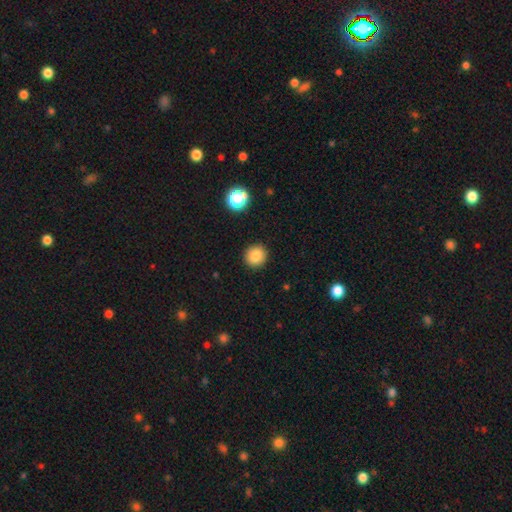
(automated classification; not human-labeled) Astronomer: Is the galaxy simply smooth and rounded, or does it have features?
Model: smooth — 84%.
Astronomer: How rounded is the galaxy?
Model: round — 91%.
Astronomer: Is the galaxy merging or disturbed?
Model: none — 91%.